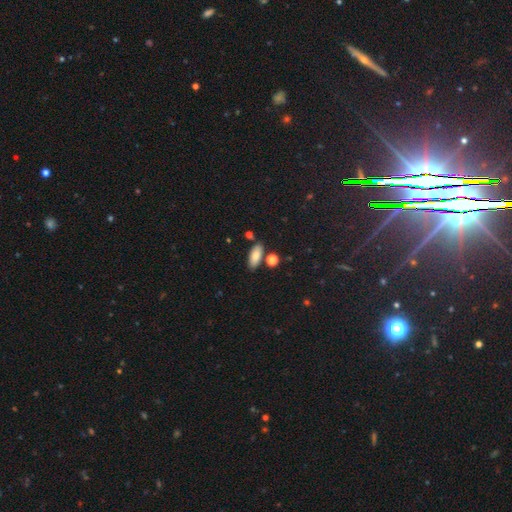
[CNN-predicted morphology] smooth-or-featured: smooth: 83% | featured or disk: 9% | star or artifact: 8%
  how-rounded: in between: 84% | cigar-shaped: 12% | round: 3%
  merging: none: 78% | minor disturbance: 11% | merger: 7% | major disturbance: 3%